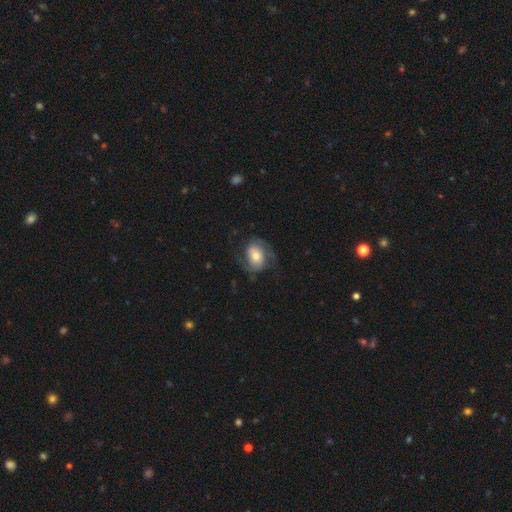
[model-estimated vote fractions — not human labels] Smooth or featured?
  - featured or disk: 64% *
  - smooth: 29%
  - star or artifact: 7%
Edge-on disk?
  - no: 97% *
  - yes: 3%
Bar?
  - no: 58% *
  - weak: 30%
  - strong: 12%
Spiral arms?
  - yes: 89% *
  - no: 11%
Spiral winding?
  - medium: 47% *
  - loose: 31%
  - tight: 22%
Spiral arm count?
  - 2: 85% *
  - can't tell: 6%
  - 1: 4%
  - 3: 2%
  - 4: 1%
  - more than 4: 1%
Bulge size?
  - moderate: 50% *
  - large: 23%
  - small: 19%
  - dominant: 4%
  - none: 3%
Merging?
  - none: 64% *
  - minor disturbance: 19%
  - major disturbance: 16%
  - merger: 1%